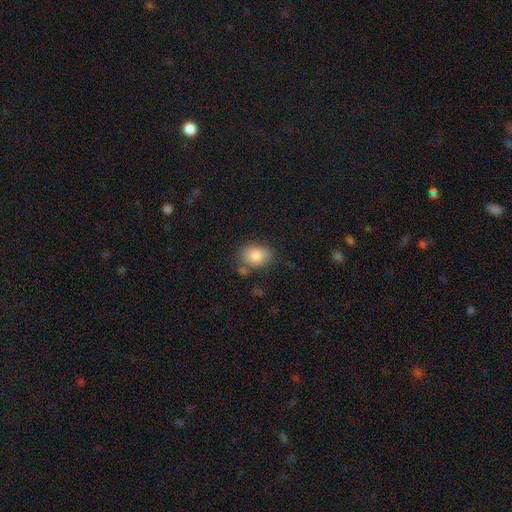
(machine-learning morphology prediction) Smooth or featured? smooth (83%)
How rounded? in between (69%)
Merging? none (69%)